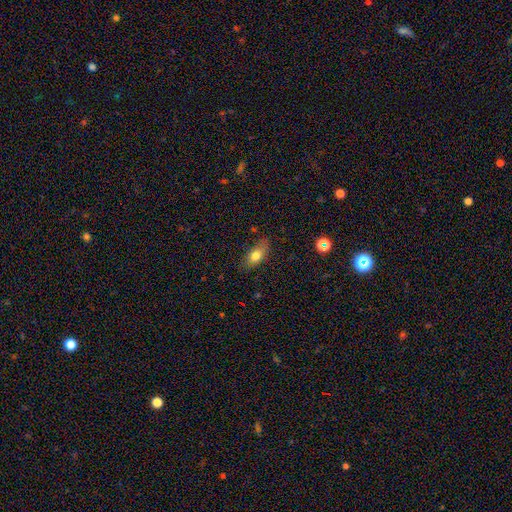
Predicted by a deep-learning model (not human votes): Q: Smooth or featured?
A: smooth (73%); runner-up: featured or disk (18%)
Q: How rounded?
A: in between (81%); runner-up: cigar-shaped (11%)
Q: Merging?
A: none (78%); runner-up: minor disturbance (17%)